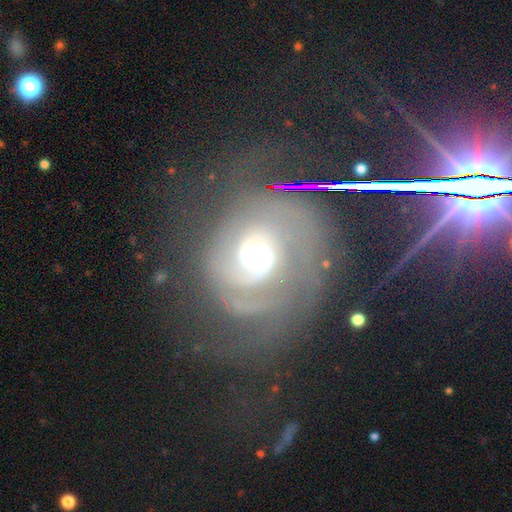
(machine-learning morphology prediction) This is clearly a featured or disk galaxy (82%). It is clearly not viewed edge-on (98%). Bar: possibly no (49%). Spiral arm pattern: clearly yes (93%). Spiral arm count: possibly 2 (52%). Spiral winding: marginally medium (42%). Central bulge: possibly moderate (56%). Merging: possibly none (55%).